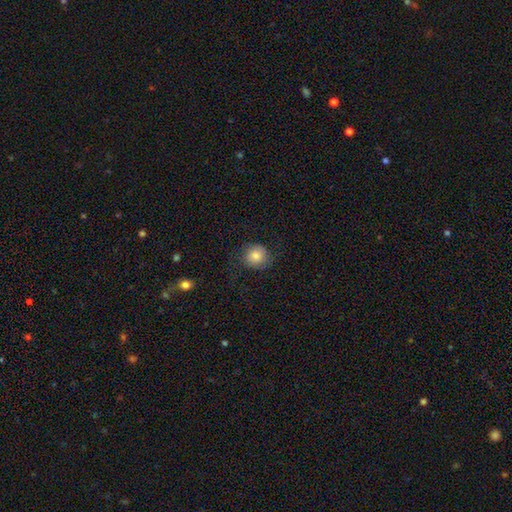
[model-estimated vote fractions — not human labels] Overall: smooth (79%). How rounded: round (86%). Merging: none (75%).